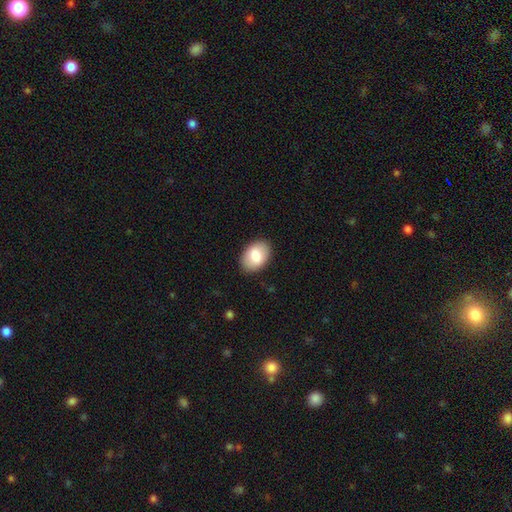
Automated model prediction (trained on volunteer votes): smooth_or_featured: smooth (p=0.80) [alt: featured or disk p=0.13]
how_rounded: in between (p=0.85) [alt: round p=0.14]
merging: none (p=0.88) [alt: minor disturbance p=0.09]